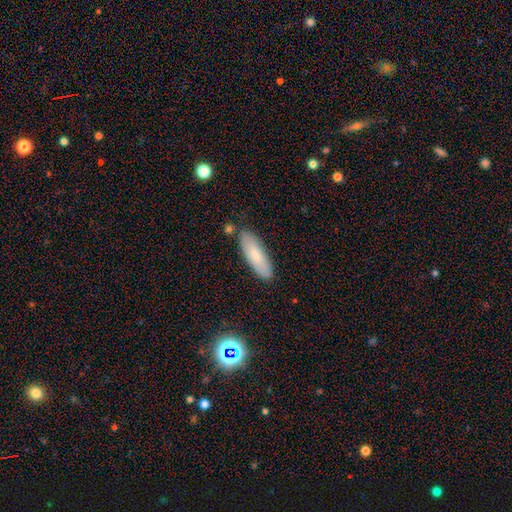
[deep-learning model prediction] smooth_or_featured: smooth (p=0.76) [alt: featured or disk p=0.17]
how_rounded: in between (p=0.52) [alt: cigar-shaped p=0.46]
merging: none (p=0.82) [alt: minor disturbance p=0.12]